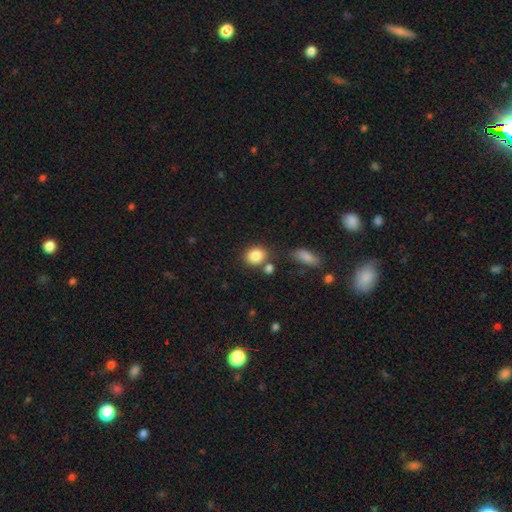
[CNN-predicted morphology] smooth 86%, star or artifact 9%, featured or disk 5%. Down the decision tree: how rounded — round (58%); merging — none (69%).